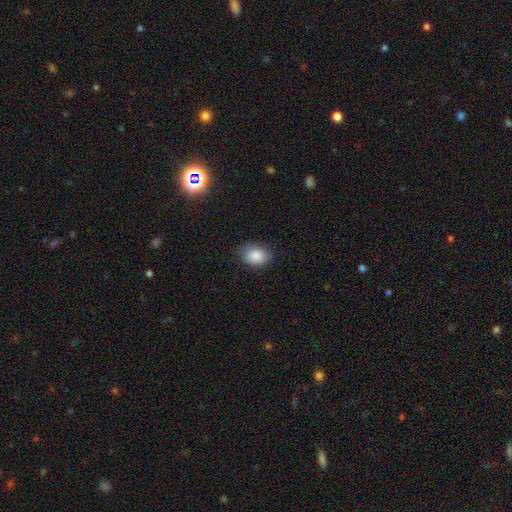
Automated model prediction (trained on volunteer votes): This is clearly a smooth galaxy (86%). How rounded: likely in between (68%). Merging: likely none (75%).